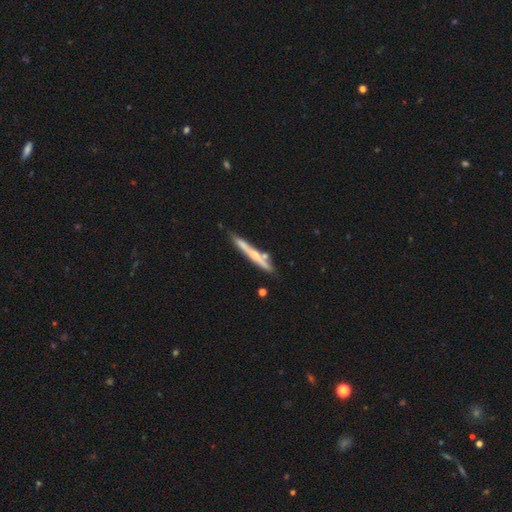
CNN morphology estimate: Smooth or featured? featured or disk (56%)
Edge-on disk? yes (95%)
Edge-on bulge? rounded (62%)
Merging? none (73%)